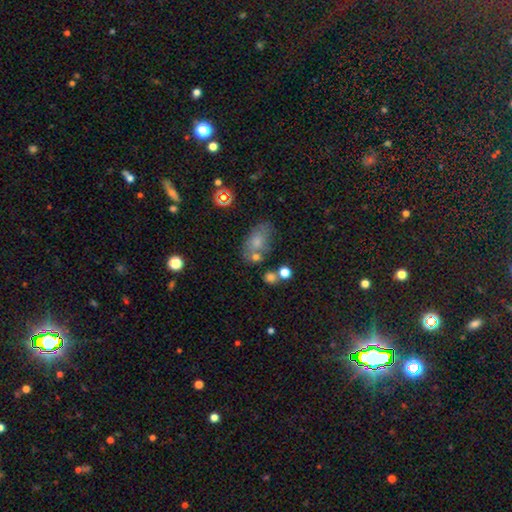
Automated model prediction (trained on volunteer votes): A smooth galaxy with no disk features (58%) that is in between round and cigar-shaped (82%). Merging: none (65%).